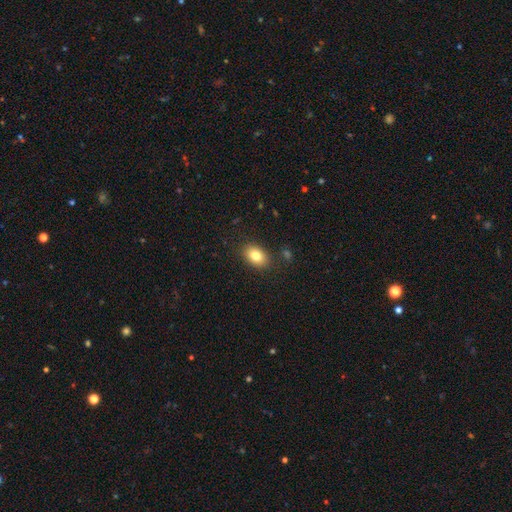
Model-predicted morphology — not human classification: This appears to be a smooth galaxy with no disk features (81%) that is in between round and cigar-shaped (83%). Merging: none (86%).